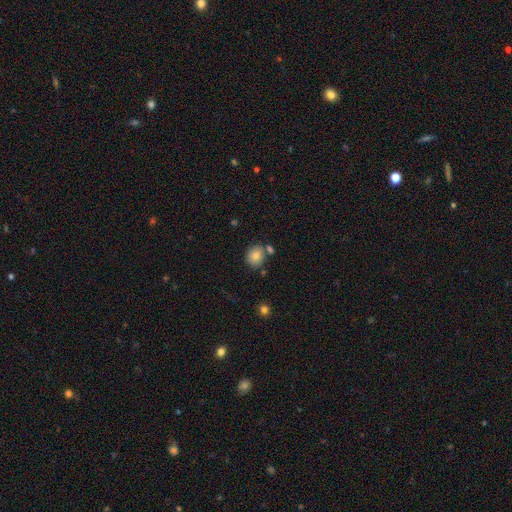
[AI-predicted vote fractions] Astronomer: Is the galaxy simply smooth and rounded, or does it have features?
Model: smooth — 81%.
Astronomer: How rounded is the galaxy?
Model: round — 74%.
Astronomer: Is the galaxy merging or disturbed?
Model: none — 70%.